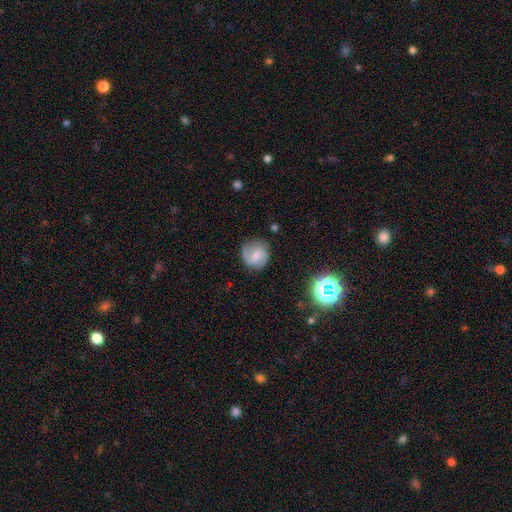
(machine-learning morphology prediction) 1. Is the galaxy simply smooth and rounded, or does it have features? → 57% featured or disk, 34% smooth, 9% star or artifact.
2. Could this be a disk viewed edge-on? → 97% no, 3% yes.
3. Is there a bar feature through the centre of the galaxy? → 52% no, 41% weak, 7% strong.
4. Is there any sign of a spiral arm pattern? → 90% yes, 10% no.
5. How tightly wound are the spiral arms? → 45% medium, 35% tight, 20% loose.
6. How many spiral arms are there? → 71% 2, 12% can't tell, 11% 1, 3% 3, 1% 4, 1% more than 4.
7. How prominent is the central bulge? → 47% moderate, 43% small, 6% none, 3% large, 1% dominant.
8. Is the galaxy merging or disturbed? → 74% none, 18% minor disturbance, 6% major disturbance, 2% merger.